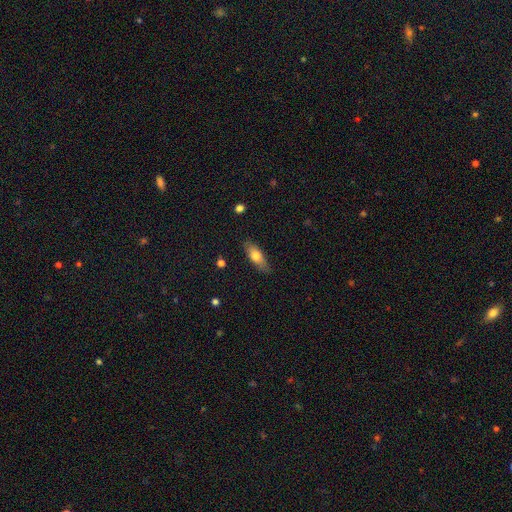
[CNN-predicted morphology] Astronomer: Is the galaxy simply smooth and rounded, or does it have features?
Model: smooth — 67%.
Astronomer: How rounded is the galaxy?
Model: in between — 60% (runner-up: cigar-shaped, 37%).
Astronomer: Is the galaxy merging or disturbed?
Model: none — 84%.